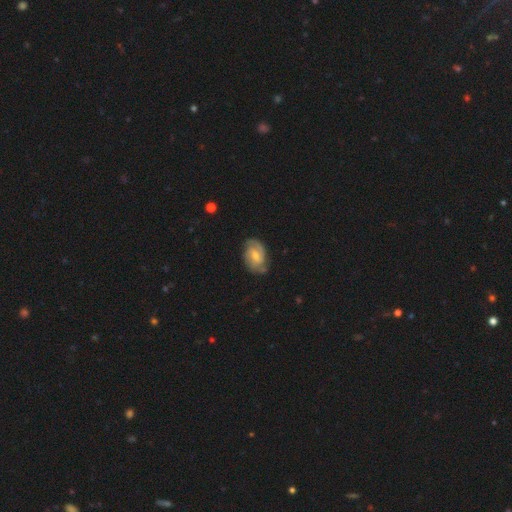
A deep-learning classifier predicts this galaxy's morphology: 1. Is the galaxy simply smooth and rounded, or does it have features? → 76% featured or disk, 19% smooth, 6% star or artifact.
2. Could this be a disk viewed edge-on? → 97% no, 3% yes.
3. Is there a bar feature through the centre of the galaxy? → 53% weak, 37% no, 10% strong.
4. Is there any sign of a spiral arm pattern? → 94% yes, 6% no.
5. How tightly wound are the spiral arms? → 44% tight, 43% medium, 14% loose.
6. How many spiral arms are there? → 66% 2, 15% can't tell, 11% 3, 3% 1, 2% 4, 2% more than 4.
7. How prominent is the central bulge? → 50% moderate, 42% small, 4% none, 3% large, 1% dominant.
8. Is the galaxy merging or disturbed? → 72% none, 21% minor disturbance, 5% major disturbance, 1% merger.